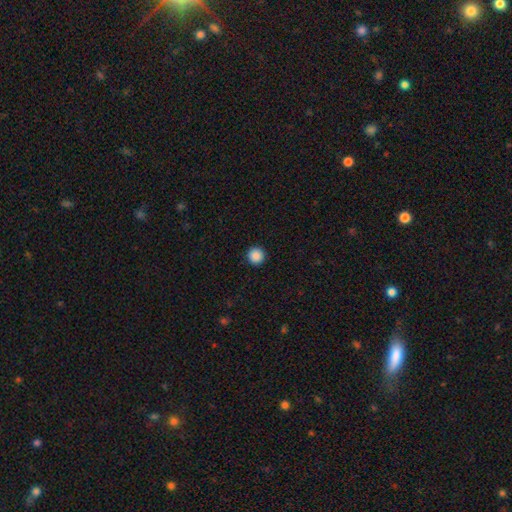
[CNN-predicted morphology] Overall: smooth (88%). How rounded: round (96%). Merging: none (93%).